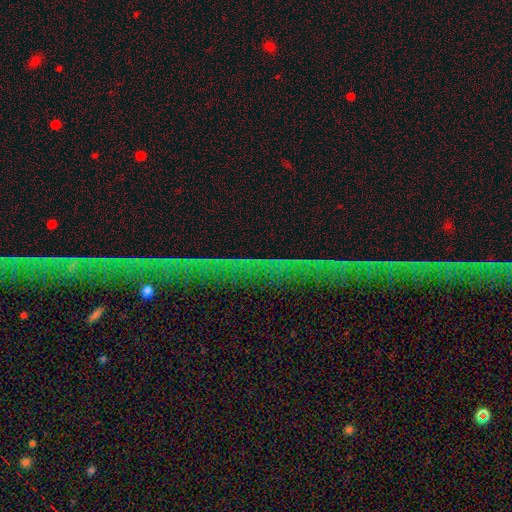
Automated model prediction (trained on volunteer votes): Q: Smooth or featured?
A: star or artifact (80%); runner-up: featured or disk (12%)